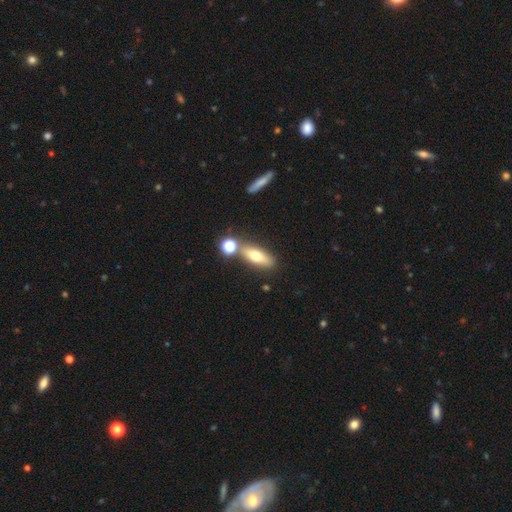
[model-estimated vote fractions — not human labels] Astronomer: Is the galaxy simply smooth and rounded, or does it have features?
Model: smooth — 63%.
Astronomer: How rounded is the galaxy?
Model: in between — 55% (runner-up: cigar-shaped, 40%).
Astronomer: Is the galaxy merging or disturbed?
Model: none — 70%.